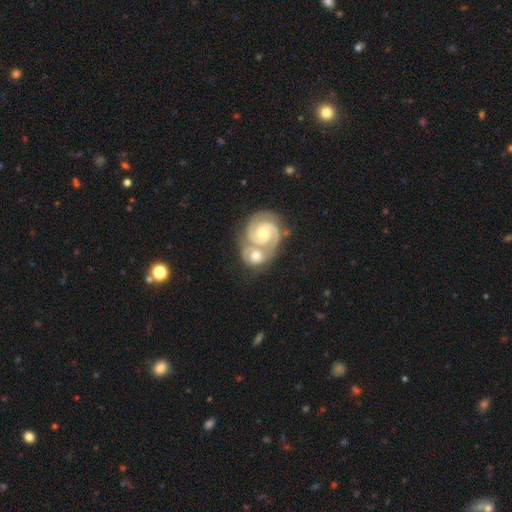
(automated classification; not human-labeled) Smooth or featured? Predicted: featured or disk (p=0.83). Edge-on disk? Predicted: no (p=0.98). Bar? Predicted: no (p=0.72). Spiral arms? Predicted: yes (p=0.97). Spiral winding? Predicted: tight (p=0.64). Spiral arm count? Predicted: 2 (p=0.88). Bulge size? Predicted: moderate (p=0.67). Merging? Predicted: merger (p=0.59).